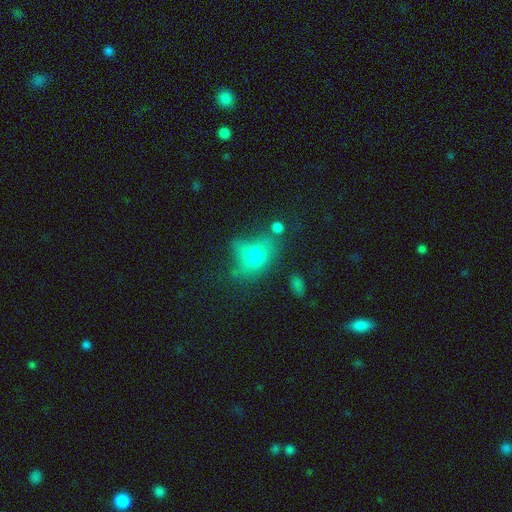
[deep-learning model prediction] Morphology: type=smooth (64%); roundness=in between (62%); merging=none (42%).